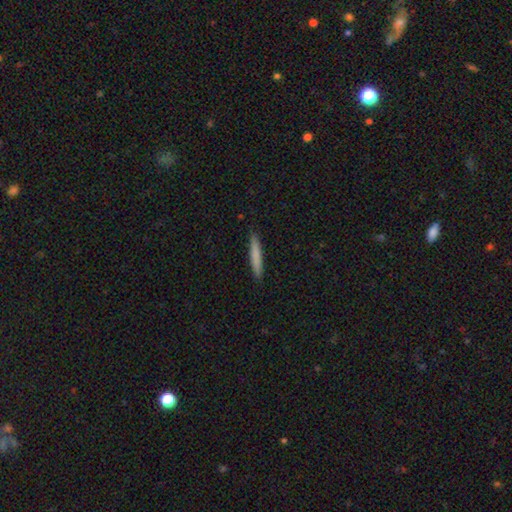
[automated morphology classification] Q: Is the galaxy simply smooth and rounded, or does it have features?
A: smooth — 78%.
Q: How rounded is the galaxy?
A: cigar-shaped — 95%.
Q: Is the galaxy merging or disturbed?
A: none — 91%.